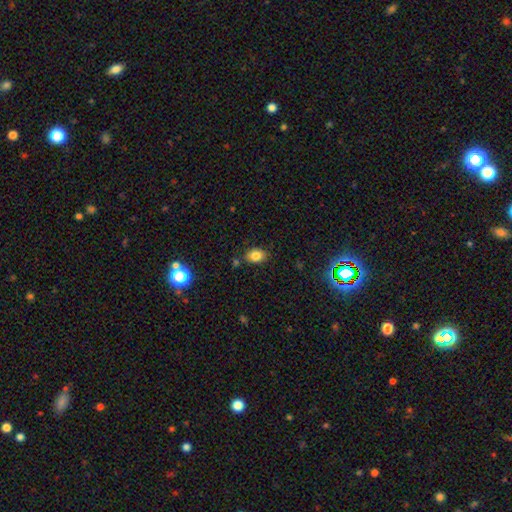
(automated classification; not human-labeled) Smooth or featured: smooth — 81% (star or artifact — 11%)
How rounded: in between — 76% (round — 23%)
Merging: none — 79% (minor disturbance — 13%)